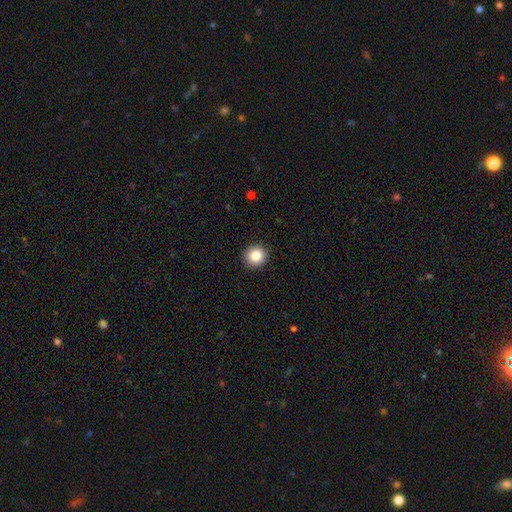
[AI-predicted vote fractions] This is clearly a smooth galaxy (86%). How rounded: clearly round (89%). Merging: clearly none (92%).